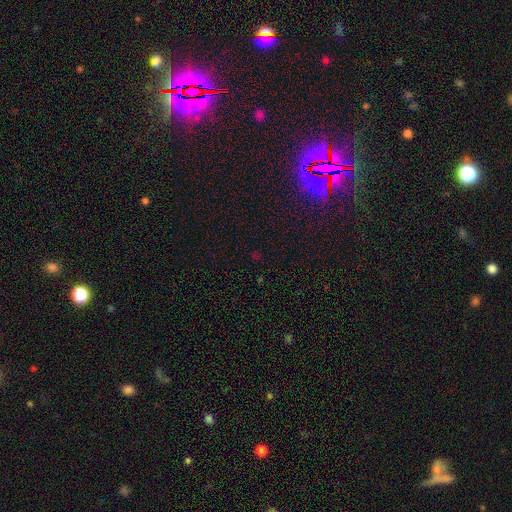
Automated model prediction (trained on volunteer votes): The model was most divided on "smooth or featured": star or artifact: 63%, smooth: 29%, featured or disk: 8%.